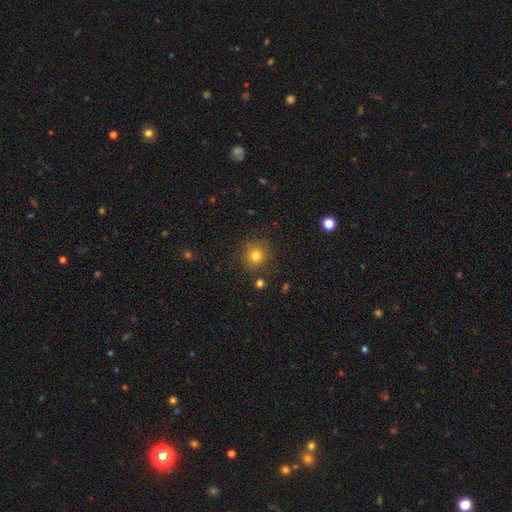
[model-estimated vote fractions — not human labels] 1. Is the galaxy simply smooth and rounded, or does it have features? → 79% smooth, 14% star or artifact, 7% featured or disk.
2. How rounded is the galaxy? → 92% round, 7% in between, 1% cigar-shaped.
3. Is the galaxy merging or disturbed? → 86% none, 8% minor disturbance, 3% merger, 3% major disturbance.